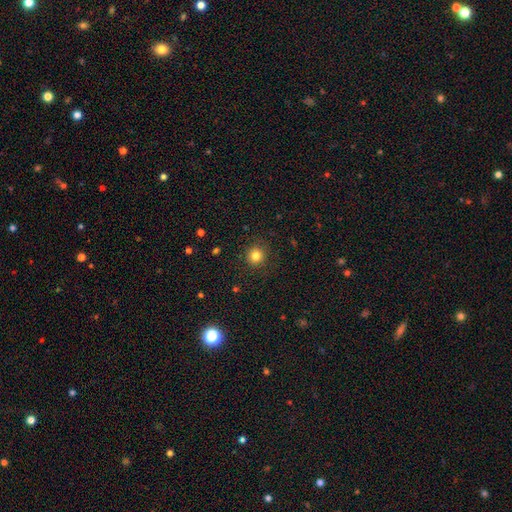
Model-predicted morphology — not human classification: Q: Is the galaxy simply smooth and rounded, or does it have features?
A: smooth — 82%.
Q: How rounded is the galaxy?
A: round — 92%.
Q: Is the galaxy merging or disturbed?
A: none — 89%.